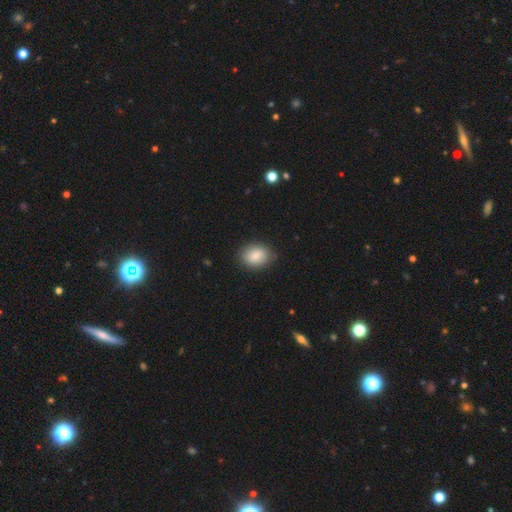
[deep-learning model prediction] Q: Smooth or featured?
A: smooth (87%); runner-up: star or artifact (7%)
Q: How rounded?
A: in between (69%); runner-up: round (30%)
Q: Merging?
A: none (85%); runner-up: minor disturbance (12%)